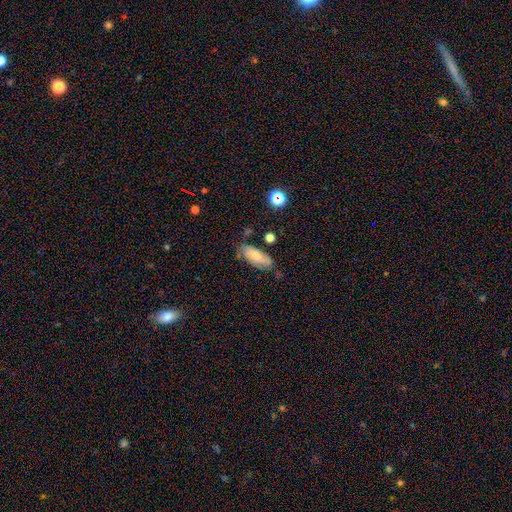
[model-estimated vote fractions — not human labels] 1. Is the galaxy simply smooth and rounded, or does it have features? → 67% smooth, 25% featured or disk, 8% star or artifact.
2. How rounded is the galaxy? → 78% in between, 19% cigar-shaped, 2% round.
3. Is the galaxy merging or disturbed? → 69% none, 22% minor disturbance, 5% major disturbance, 4% merger.